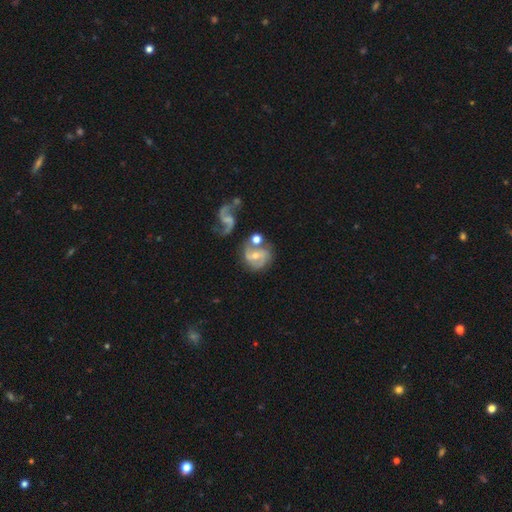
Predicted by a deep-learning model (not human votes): smooth-or-featured: featured or disk: 79% | smooth: 15% | star or artifact: 7%
  disk-edge-on: no: 97% | yes: 3%
    bar: weak: 43% | no: 40% | strong: 17%
    has-spiral-arms: yes: 93% | no: 7%
      spiral-winding: medium: 47% | loose: 34% | tight: 20%
      spiral-arm-count: 2: 72% | 3: 12% | can't tell: 8% | 1: 4% | 4: 2% | more than 4: 2%
    bulge-size: moderate: 53% | small: 42% | none: 2% | large: 2% | dominant: 1%
  merging: none: 51% | merger: 21% | minor disturbance: 18% | major disturbance: 10%